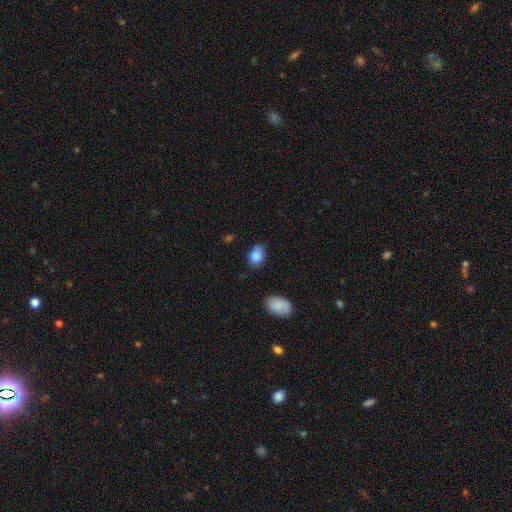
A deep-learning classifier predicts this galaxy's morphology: Smooth or featured? Predicted: smooth (p=0.83). How rounded? Predicted: in between (p=0.70). Merging? Predicted: none (p=0.68).